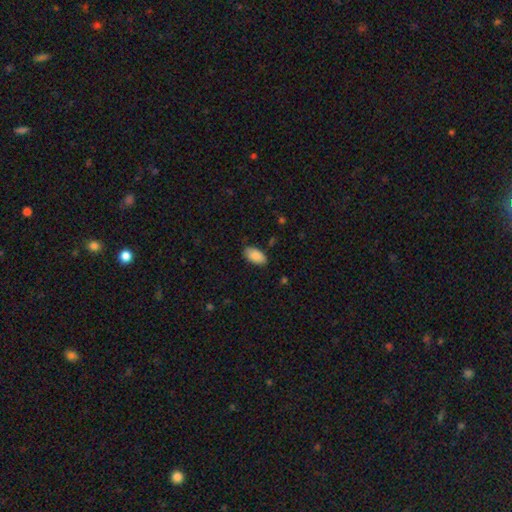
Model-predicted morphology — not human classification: Smooth or featured?
  - smooth: 88% *
  - star or artifact: 7%
  - featured or disk: 5%
How rounded?
  - in between: 95% *
  - cigar-shaped: 3%
  - round: 3%
Merging?
  - none: 85% *
  - minor disturbance: 12%
  - major disturbance: 2%
  - merger: 1%